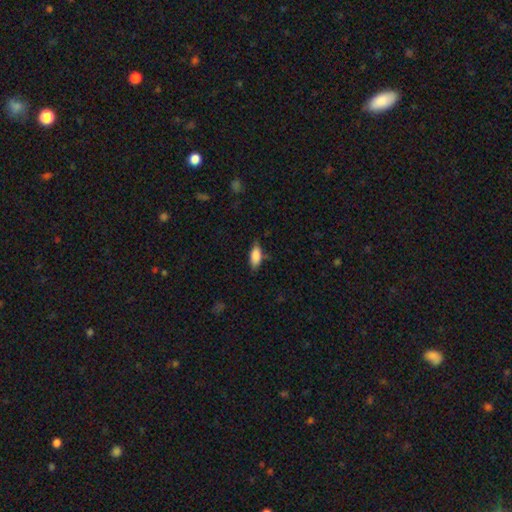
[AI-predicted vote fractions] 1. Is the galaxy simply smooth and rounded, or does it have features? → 85% smooth, 8% featured or disk, 7% star or artifact.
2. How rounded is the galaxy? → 82% in between, 16% cigar-shaped, 2% round.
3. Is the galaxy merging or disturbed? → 72% none, 22% minor disturbance, 4% major disturbance, 2% merger.